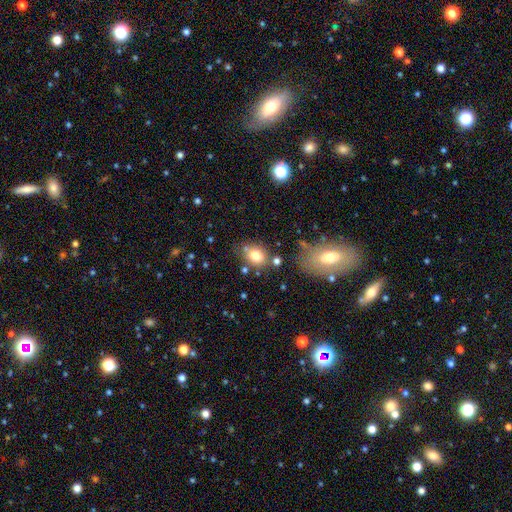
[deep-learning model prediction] A smooth galaxy with no disk features (77%) that is in between round and cigar-shaped (52%).

Vote fractions:
- Smooth or featured? smooth: 77% / featured or disk: 12% / star or artifact: 11%
- How rounded? in between: 52% / round: 47% / cigar-shaped: 1%
- Merging? none: 64% / minor disturbance: 17% / merger: 12% / major disturbance: 7%